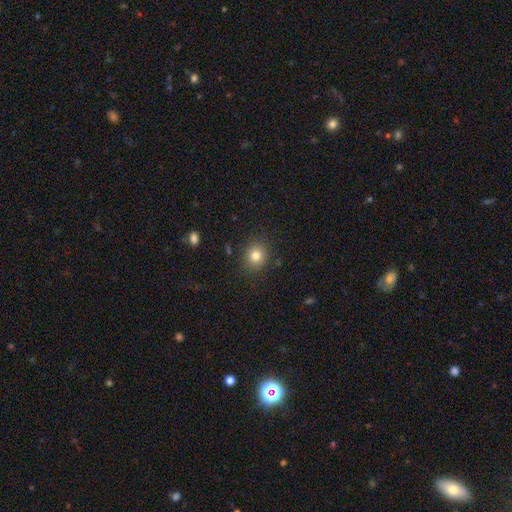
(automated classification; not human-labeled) Smooth or featured: smooth — 81% (star or artifact — 12%)
How rounded: round — 80% (in between — 19%)
Merging: none — 88% (minor disturbance — 8%)